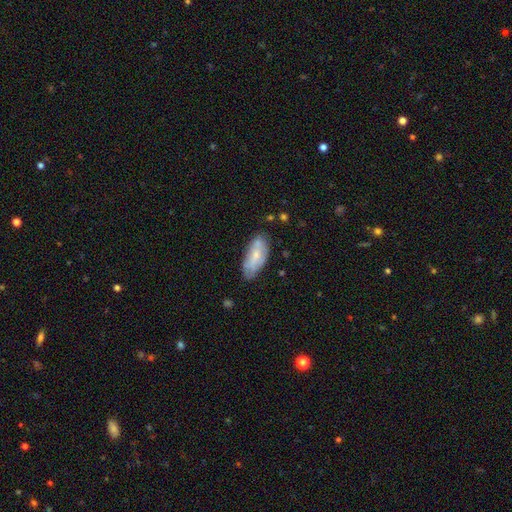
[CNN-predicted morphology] Overall: smooth (60%; featured or disk 34%). How rounded: in between (84%). Merging: none (66%).